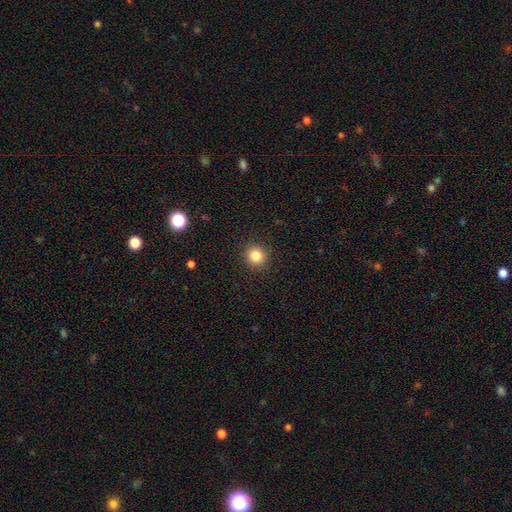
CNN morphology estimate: Smooth or featured: smooth — 83% (star or artifact — 12%)
How rounded: round — 93% (in between — 6%)
Merging: none — 92% (minor disturbance — 5%)